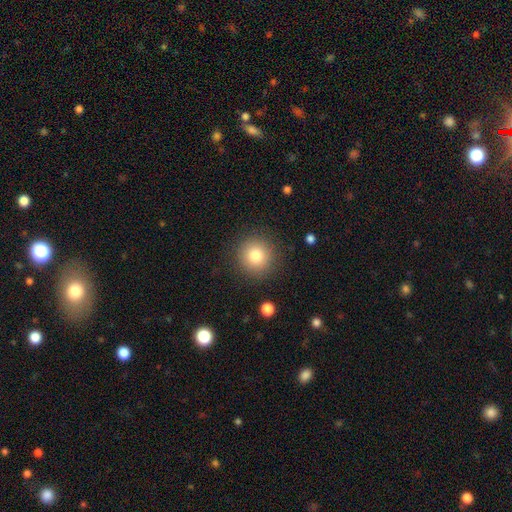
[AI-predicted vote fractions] Smooth or featured?
  - smooth: 81% *
  - star or artifact: 11%
  - featured or disk: 9%
How rounded?
  - round: 94% *
  - in between: 5%
  - cigar-shaped: 1%
Merging?
  - none: 89% *
  - minor disturbance: 7%
  - major disturbance: 3%
  - merger: 1%